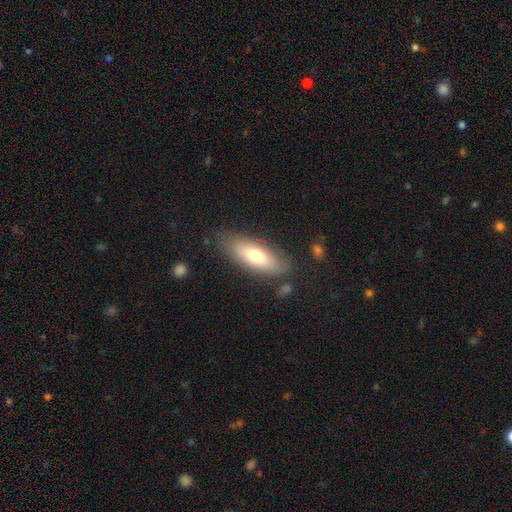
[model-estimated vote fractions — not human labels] smooth 68%, featured or disk 25%, star or artifact 7%. Down the decision tree: how rounded — in between (70%); merging — none (79%).